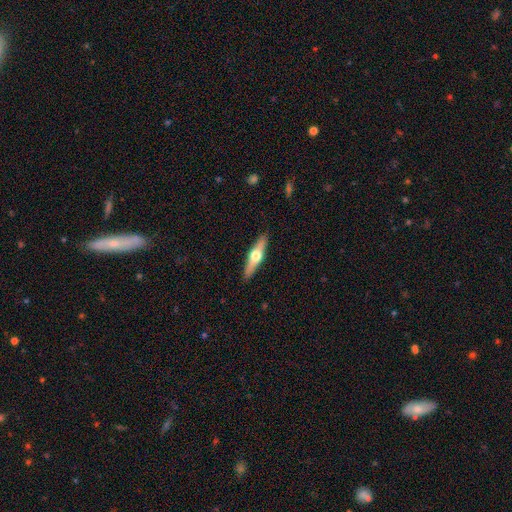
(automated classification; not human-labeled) Q: Smooth or featured?
A: featured or disk (60%); runner-up: smooth (35%)
Q: Edge-on disk?
A: yes (95%); runner-up: no (5%)
Q: Edge-on bulge?
A: rounded (95%); runner-up: boxy (3%)
Q: Merging?
A: none (90%); runner-up: minor disturbance (7%)